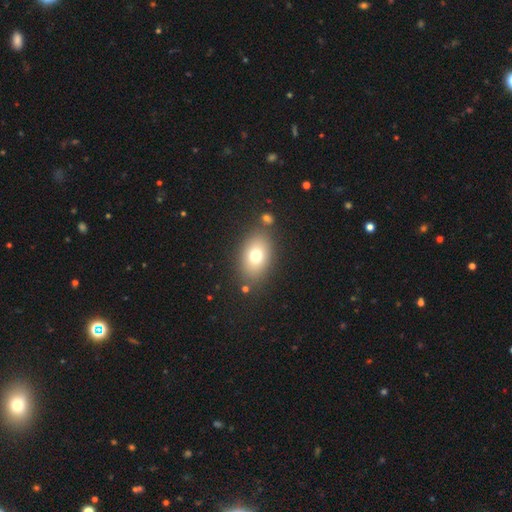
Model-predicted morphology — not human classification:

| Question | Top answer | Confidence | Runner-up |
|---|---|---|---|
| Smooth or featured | smooth | 74% | featured or disk (15%) |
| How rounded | in between | 80% | round (19%) |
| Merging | none | 79% | minor disturbance (11%) |